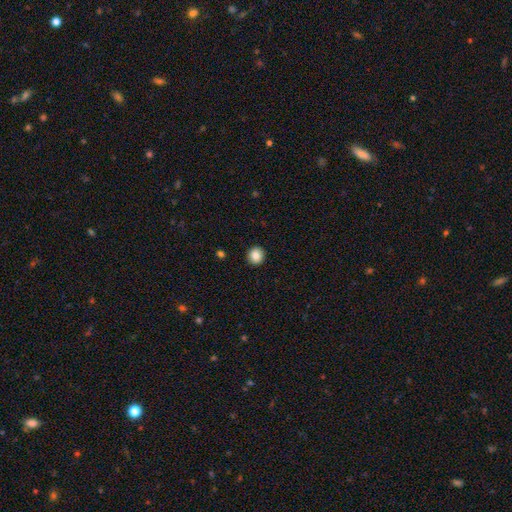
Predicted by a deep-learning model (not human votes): Smooth or featured: smooth — 86% (star or artifact — 9%)
How rounded: round — 90% (in between — 9%)
Merging: none — 93% (minor disturbance — 5%)